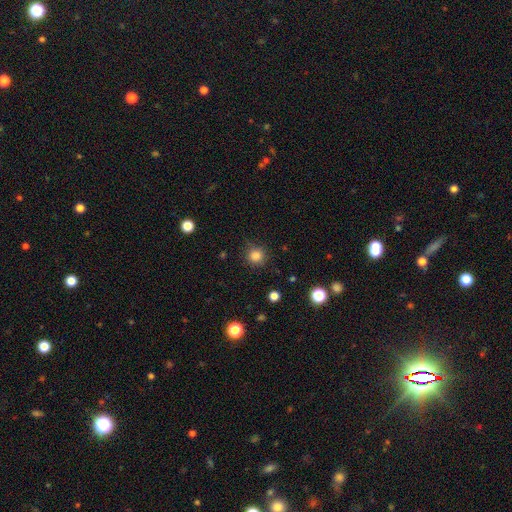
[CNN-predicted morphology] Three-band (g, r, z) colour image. It shows a smooth galaxy with no disk features (84%) that is round (93%). Merging: none (87%).